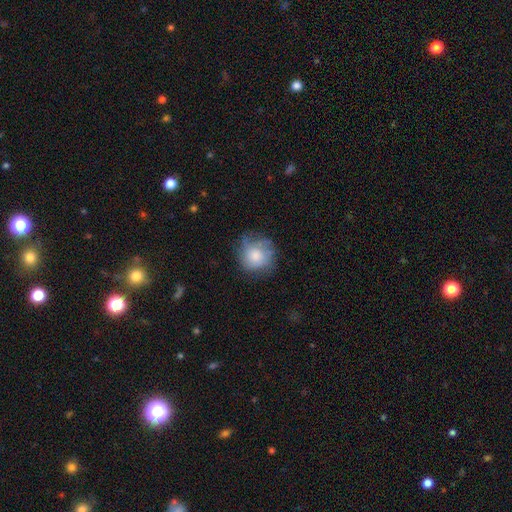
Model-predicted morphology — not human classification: Smooth or featured? smooth (67%)
How rounded? round (86%)
Merging? none (59%)